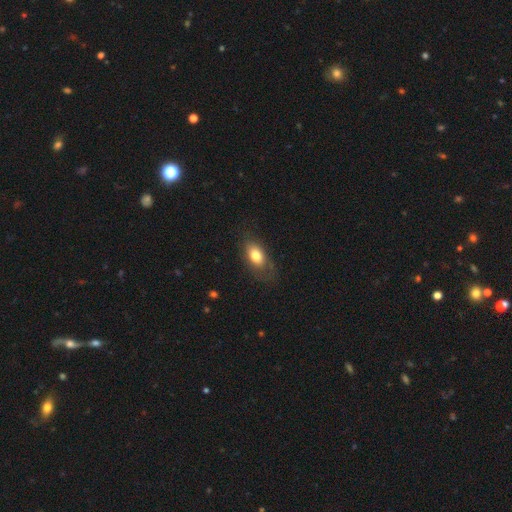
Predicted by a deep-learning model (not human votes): This is likely a smooth galaxy (76%). How rounded: clearly in between (88%). Merging: likely none (64%).